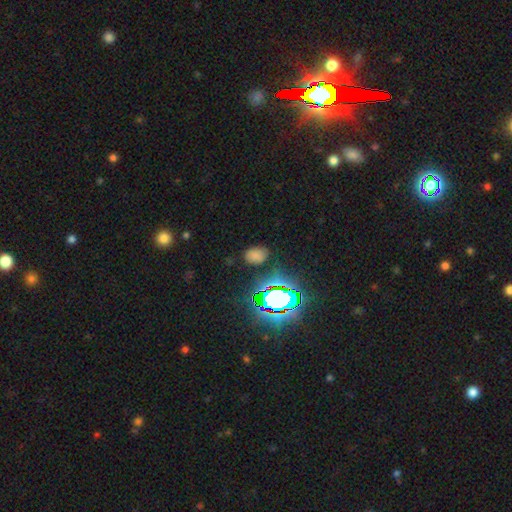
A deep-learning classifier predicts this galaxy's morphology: smooth_or_featured: smooth (p=0.64) [alt: star or artifact p=0.29]
how_rounded: in between (p=0.78) [alt: round p=0.20]
merging: none (p=0.78) [alt: minor disturbance p=0.14]